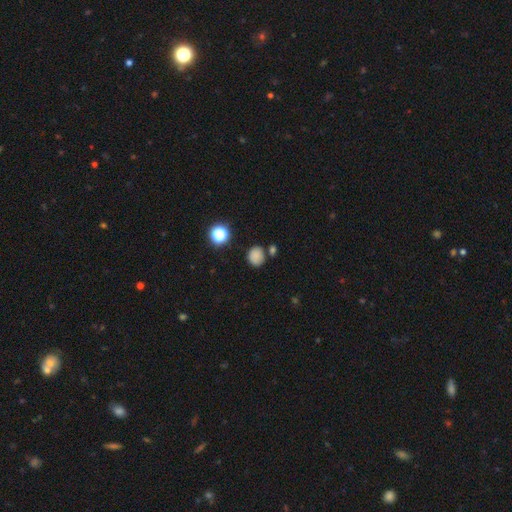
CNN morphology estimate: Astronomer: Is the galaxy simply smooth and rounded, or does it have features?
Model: smooth — 81%.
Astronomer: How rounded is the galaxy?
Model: round — 70%.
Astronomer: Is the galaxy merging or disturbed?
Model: none — 70%.